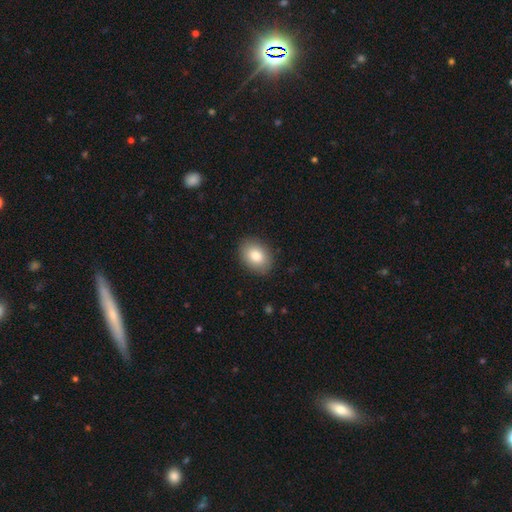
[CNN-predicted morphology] smooth 84%, featured or disk 9%, star or artifact 7%. Down the decision tree: how rounded — in between (75%); merging — none (88%).